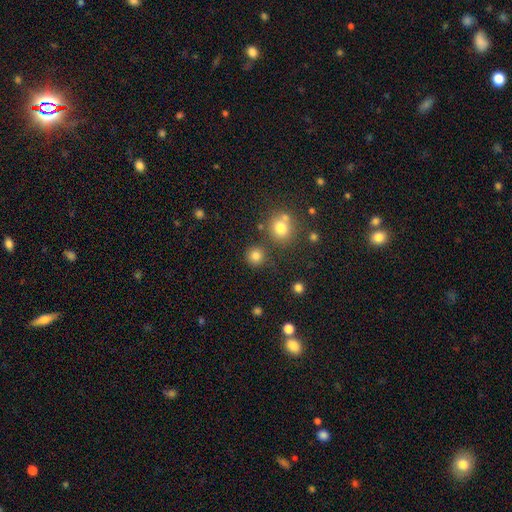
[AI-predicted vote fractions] A smooth galaxy with no disk features (81%) that is round (92%).

Vote fractions:
- Smooth or featured? smooth: 81% / star or artifact: 14% / featured or disk: 5%
- How rounded? round: 92% / in between: 7% / cigar-shaped: 1%
- Merging? none: 81% / merger: 8% / minor disturbance: 7% / major disturbance: 3%